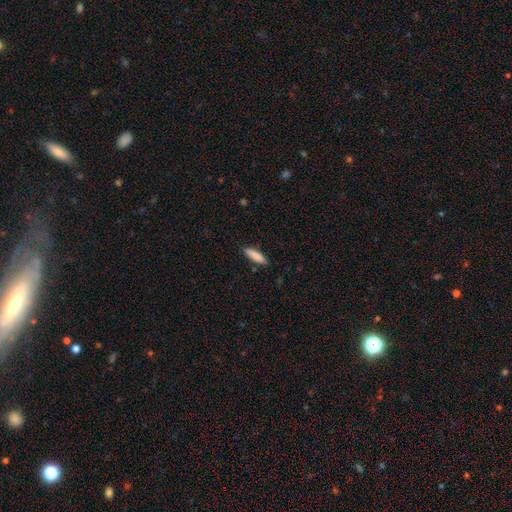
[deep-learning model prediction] Smooth or featured? smooth (87%)
How rounded? cigar-shaped (69%)
Merging? none (87%)